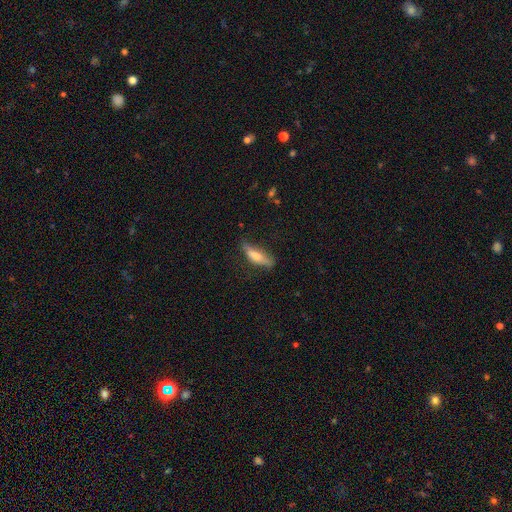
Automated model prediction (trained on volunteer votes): Smooth or featured? Predicted: smooth (p=0.59). How rounded? Predicted: cigar-shaped (p=0.65). Merging? Predicted: none (p=0.65).